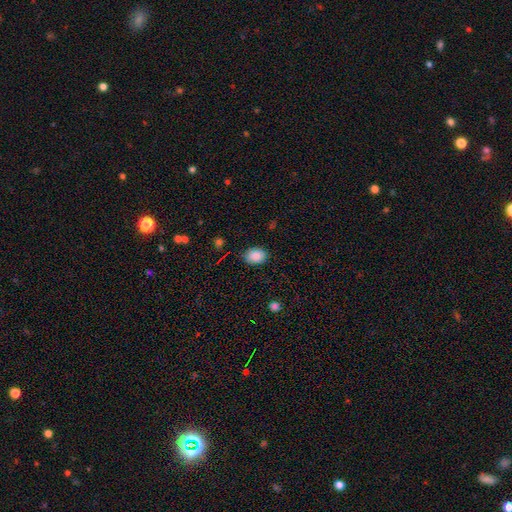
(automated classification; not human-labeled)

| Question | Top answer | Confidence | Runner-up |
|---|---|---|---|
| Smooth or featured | smooth | 87% | star or artifact (8%) |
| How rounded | in between | 64% | round (35%) |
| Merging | none | 82% | minor disturbance (14%) |